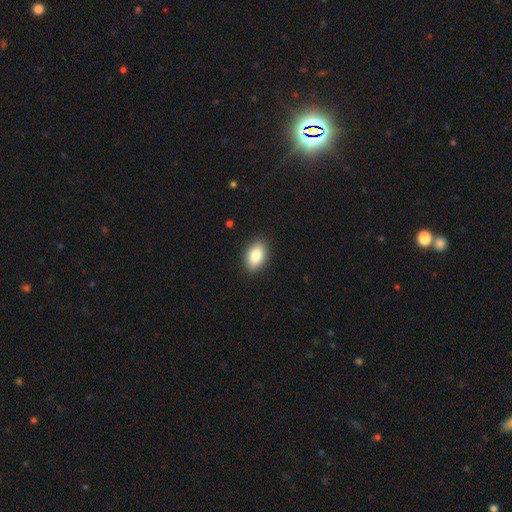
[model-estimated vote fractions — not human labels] A smooth galaxy with no disk features (83%) that is in between round and cigar-shaped (89%).

Vote fractions:
- Smooth or featured? smooth: 83% / featured or disk: 10% / star or artifact: 7%
- How rounded? in between: 89% / round: 9% / cigar-shaped: 2%
- Merging? none: 89% / minor disturbance: 8% / major disturbance: 2% / merger: 1%